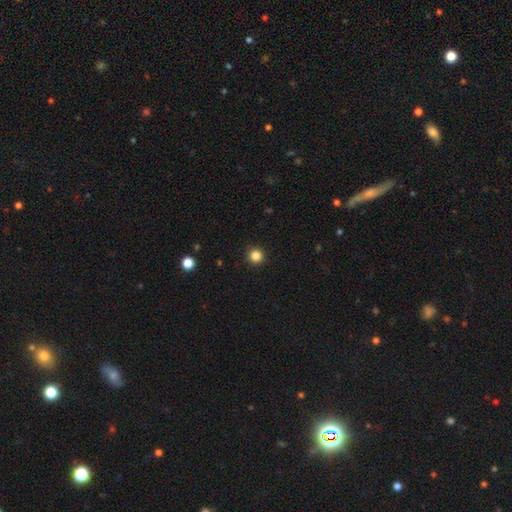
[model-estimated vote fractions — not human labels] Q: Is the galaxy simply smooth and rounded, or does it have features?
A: smooth — 84%.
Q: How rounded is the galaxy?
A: round — 96%.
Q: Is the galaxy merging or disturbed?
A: none — 93%.